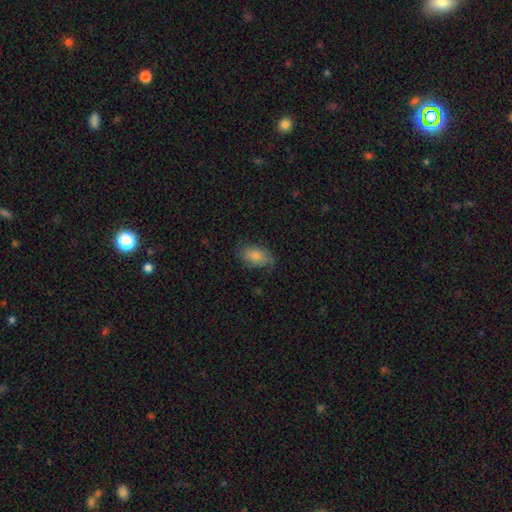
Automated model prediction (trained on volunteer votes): smooth-or-featured: smooth: 74% | featured or disk: 18% | star or artifact: 9%
  how-rounded: in between: 90% | round: 7% | cigar-shaped: 3%
  merging: none: 74% | minor disturbance: 20% | major disturbance: 5% | merger: 1%